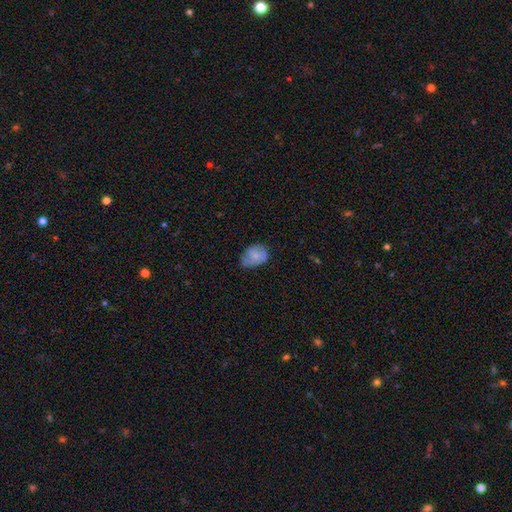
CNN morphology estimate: smooth 70%, featured or disk 22%, star or artifact 7%. Down the decision tree: how rounded — in between (72%); merging — none (51%).